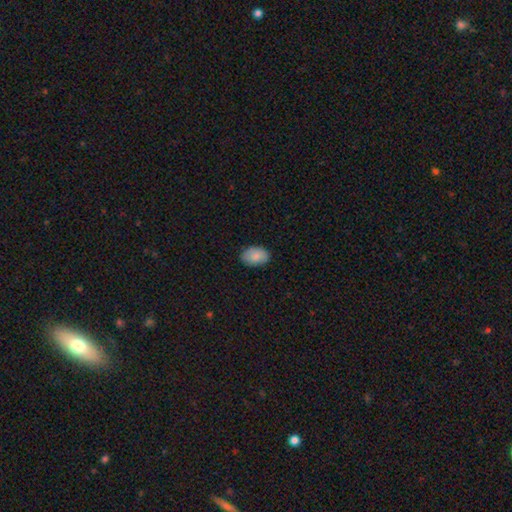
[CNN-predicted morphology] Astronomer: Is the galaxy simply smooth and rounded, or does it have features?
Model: smooth — 87%.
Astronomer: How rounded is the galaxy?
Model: in between — 89%.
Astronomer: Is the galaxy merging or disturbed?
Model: none — 84%.